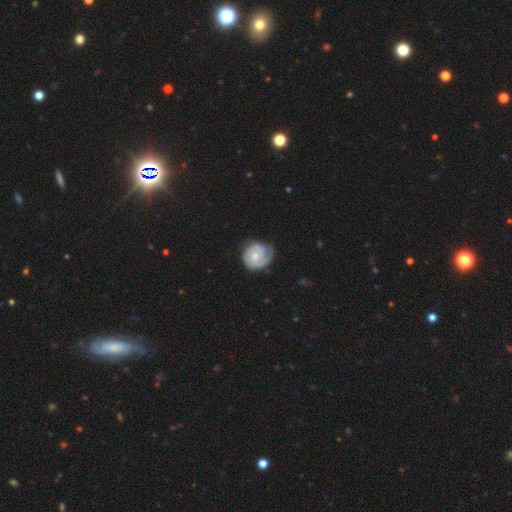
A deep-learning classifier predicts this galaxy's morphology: The model was most divided on "bulge size": small: 51%, moderate: 44%, none: 2%, large: 2%, dominant: 1%. Remaining: edge-on disk — no (98%); spiral arms — yes (88%); bar — no (72%); smooth or featured — featured or disk (64%); merging — none (60%); spiral winding — tight (58%); spiral arm count — 2 (40%).